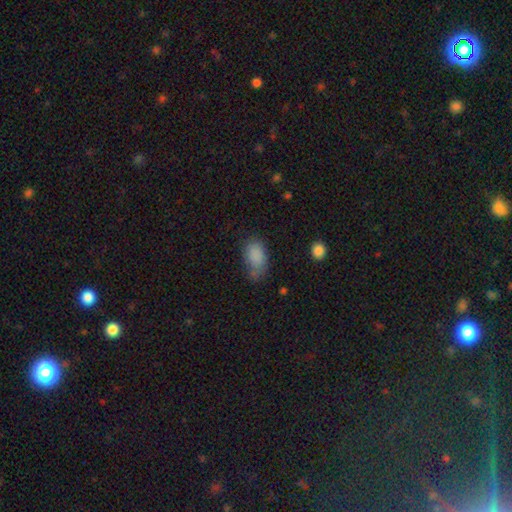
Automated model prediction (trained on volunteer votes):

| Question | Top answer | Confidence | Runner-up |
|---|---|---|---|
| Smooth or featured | smooth | 84% | star or artifact (9%) |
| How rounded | in between | 91% | round (7%) |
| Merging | none | 53% | minor disturbance (30%) |